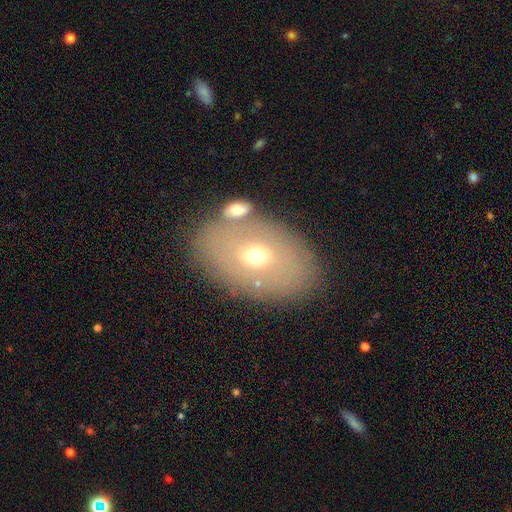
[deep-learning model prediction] Overall: smooth (53%; featured or disk 37%). How rounded: in between (86%). Merging: none (68%).